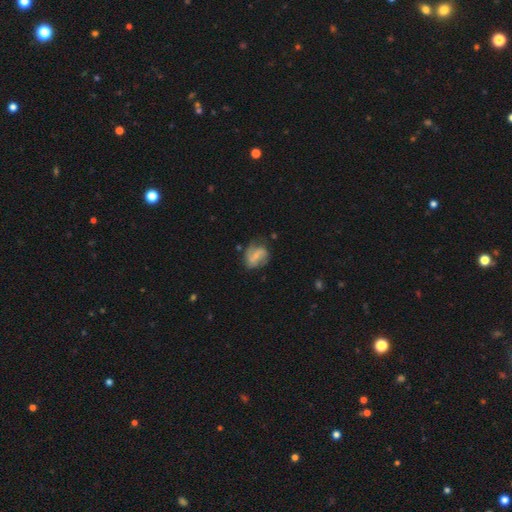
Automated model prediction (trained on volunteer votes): Smooth or featured? Predicted: featured or disk (p=0.59). Edge-on disk? Predicted: no (p=0.97). Bar? Predicted: weak (p=0.46). Spiral arms? Predicted: yes (p=0.80). Bulge size? Predicted: small (p=0.59). Merging? Predicted: none (p=0.58).